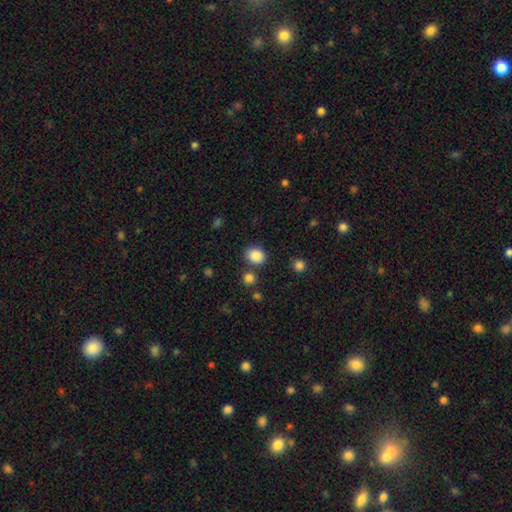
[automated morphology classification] Smooth or featured? Predicted: smooth (p=0.86). How rounded? Predicted: round (p=0.68). Merging? Predicted: none (p=0.79).